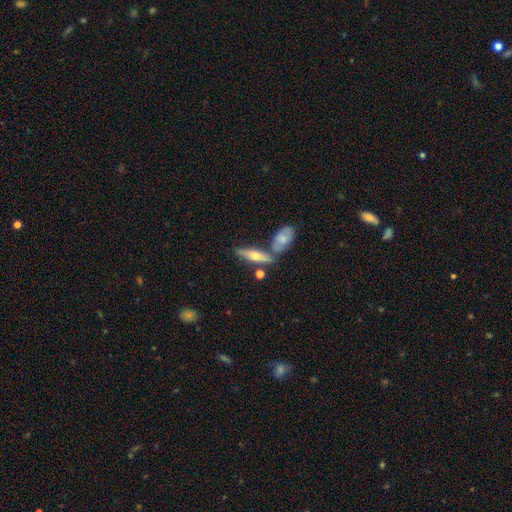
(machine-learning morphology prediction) Smooth or featured? Predicted: smooth (p=0.54). How rounded? Predicted: cigar-shaped (p=0.59). Merging? Predicted: none (p=0.59).